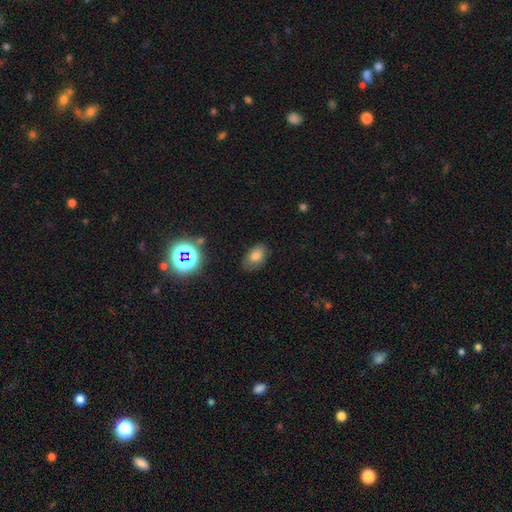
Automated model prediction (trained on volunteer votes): This appears to be a smooth galaxy with no disk features (76%) that is in between round and cigar-shaped (88%). Merging: none (75%).